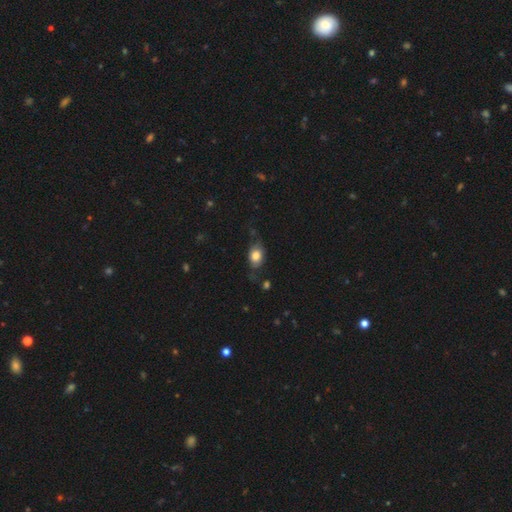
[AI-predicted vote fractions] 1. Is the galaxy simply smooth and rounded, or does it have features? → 75% smooth, 17% featured or disk, 8% star or artifact.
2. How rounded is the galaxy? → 78% in between, 20% round, 2% cigar-shaped.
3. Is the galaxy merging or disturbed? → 63% none, 26% minor disturbance, 8% major disturbance, 2% merger.